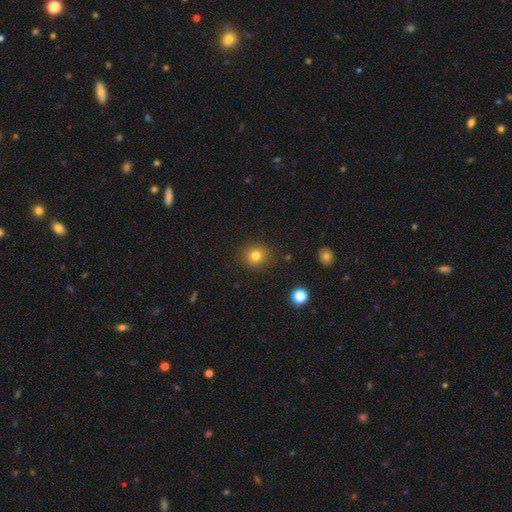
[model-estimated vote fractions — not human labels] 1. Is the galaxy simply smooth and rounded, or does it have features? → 80% smooth, 13% star or artifact, 7% featured or disk.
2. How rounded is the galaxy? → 82% round, 17% in between, 1% cigar-shaped.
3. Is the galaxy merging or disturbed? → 87% none, 8% minor disturbance, 3% major disturbance, 2% merger.